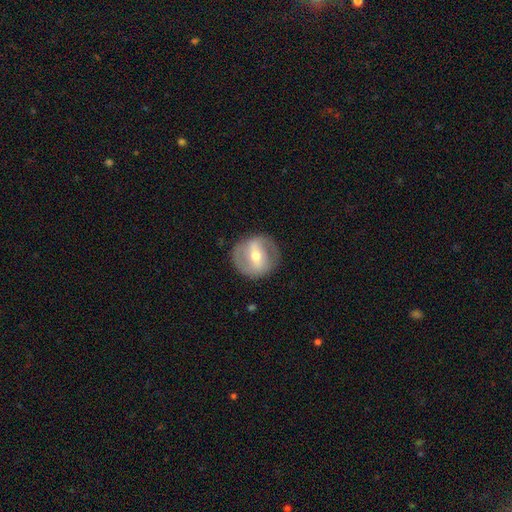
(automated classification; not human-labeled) Smooth or featured: featured or disk — 69% (smooth — 25%)
Edge-on disk: no — 94% (yes — 6%)
Bar: strong — 52% (weak — 34%)
Spiral arms: yes — 58% (no — 42%)
Bulge size: moderate — 64% (small — 30%)
Merging: none — 83% (minor disturbance — 11%)